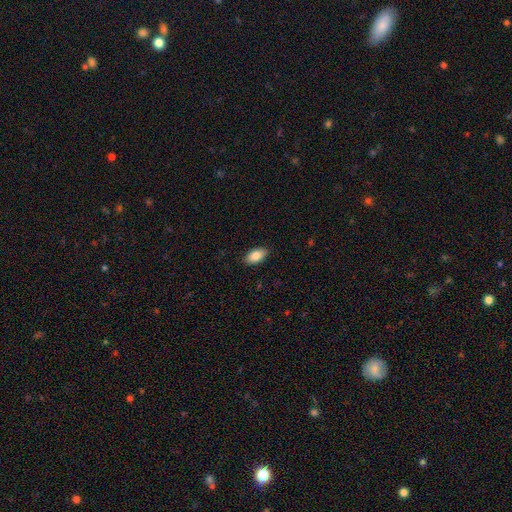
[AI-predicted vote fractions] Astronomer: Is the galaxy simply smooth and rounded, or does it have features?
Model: smooth — 86%.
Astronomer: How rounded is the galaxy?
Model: in between — 94%.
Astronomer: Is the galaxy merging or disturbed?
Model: none — 89%.